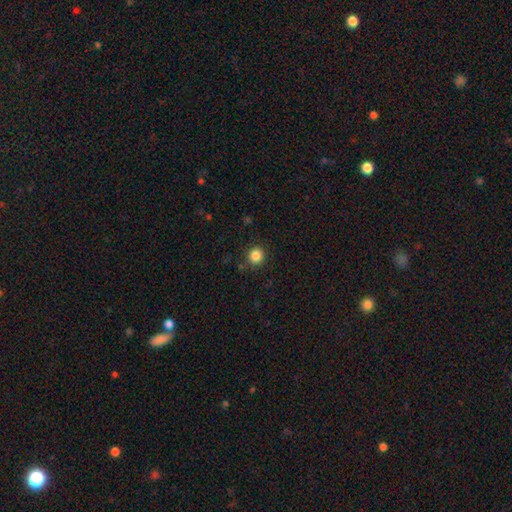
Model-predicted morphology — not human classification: Overall: smooth (85%). How rounded: round (90%). Merging: none (88%).